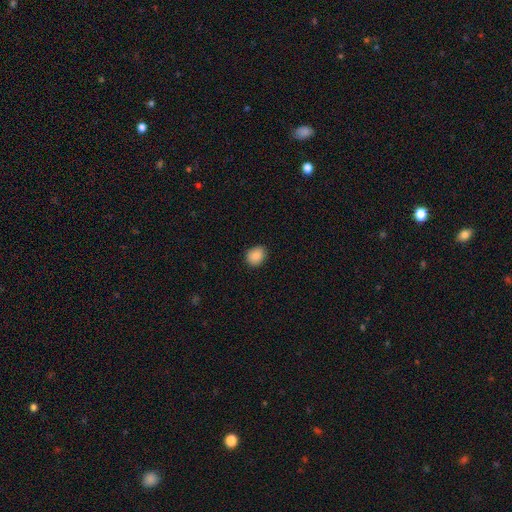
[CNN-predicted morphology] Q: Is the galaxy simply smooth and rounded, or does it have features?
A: smooth — 88%.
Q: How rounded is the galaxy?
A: in between — 52%.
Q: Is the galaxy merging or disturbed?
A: none — 85%.